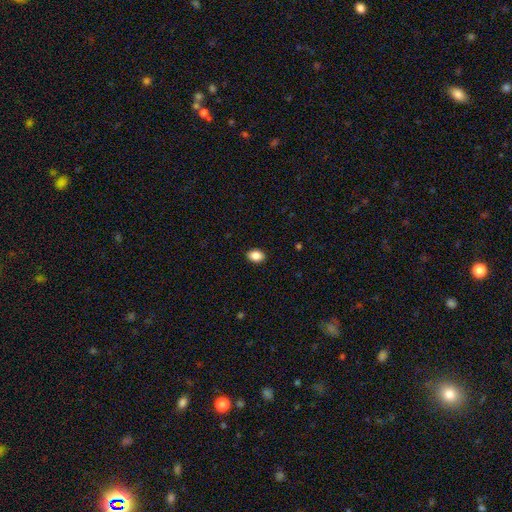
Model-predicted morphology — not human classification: Smooth or featured?
  - smooth: 87% *
  - star or artifact: 8%
  - featured or disk: 4%
How rounded?
  - in between: 74% *
  - round: 25%
  - cigar-shaped: 1%
Merging?
  - none: 90% *
  - minor disturbance: 7%
  - major disturbance: 2%
  - merger: 1%